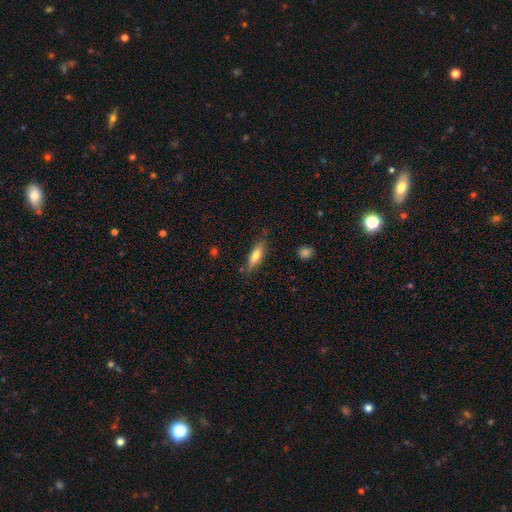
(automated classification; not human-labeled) Smooth or featured?
  - smooth: 65% *
  - featured or disk: 28%
  - star or artifact: 6%
How rounded?
  - cigar-shaped: 59% *
  - in between: 39%
  - round: 2%
Merging?
  - none: 79% *
  - minor disturbance: 16%
  - major disturbance: 3%
  - merger: 2%